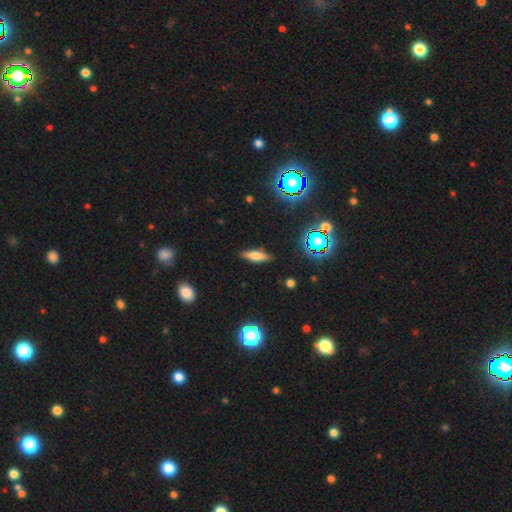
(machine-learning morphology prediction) A smooth galaxy with no disk features (62%) that is in between round and cigar-shaped (51%).

Vote fractions:
- Smooth or featured? smooth: 62% / featured or disk: 26% / star or artifact: 12%
- How rounded? in between: 51% / cigar-shaped: 46% / round: 3%
- Merging? none: 85% / minor disturbance: 11% / major disturbance: 2% / merger: 1%